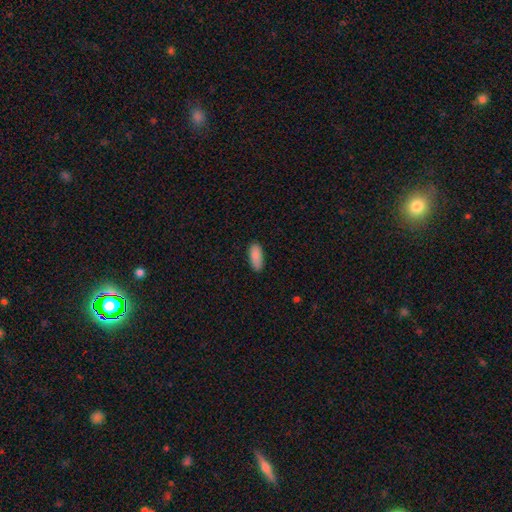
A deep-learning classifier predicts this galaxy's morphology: A smooth galaxy with no disk features (89%) that is in between round and cigar-shaped (81%). Merging: none (86%).